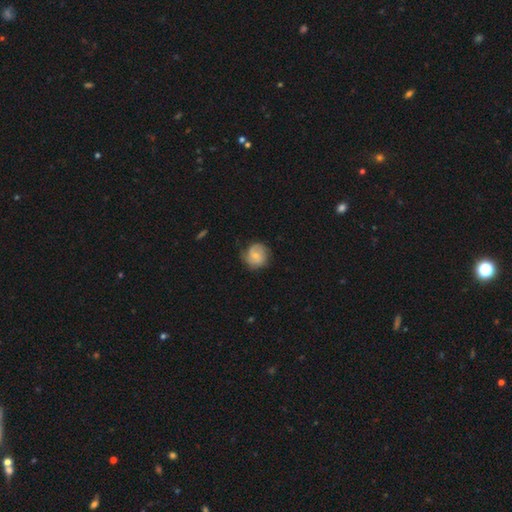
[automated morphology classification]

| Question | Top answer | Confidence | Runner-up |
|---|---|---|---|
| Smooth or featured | featured or disk | 48% | smooth (44%) |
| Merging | none | 70% | minor disturbance (22%) |